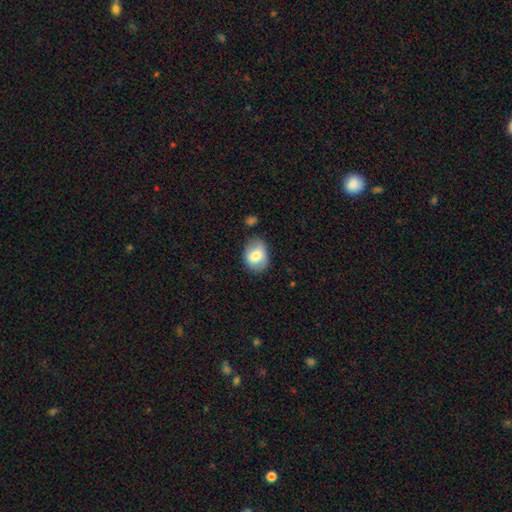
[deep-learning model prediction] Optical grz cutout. It shows a smooth galaxy with no disk features (76%) that is in between round and cigar-shaped (65%). Merging: none (75%).